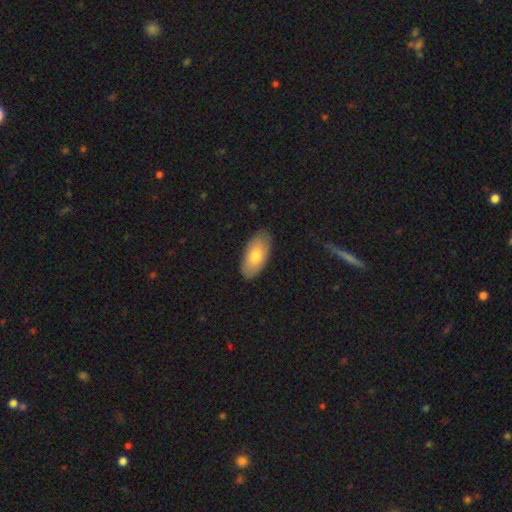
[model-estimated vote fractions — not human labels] The model was most divided on "smooth or featured": smooth: 76%, featured or disk: 18%, star or artifact: 5%. More confident: how rounded — in between (92%); merging — none (86%).